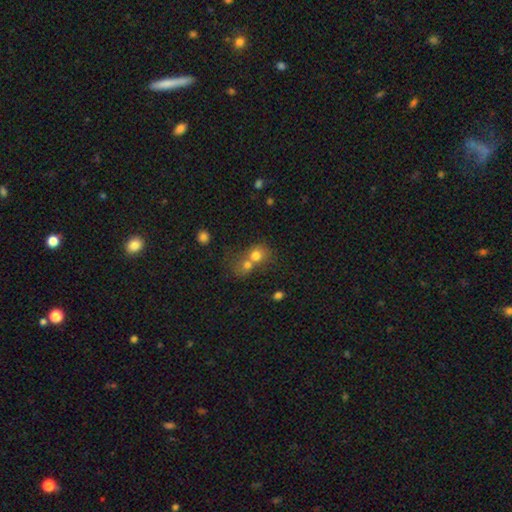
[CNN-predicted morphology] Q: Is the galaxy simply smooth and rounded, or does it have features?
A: smooth — 73%.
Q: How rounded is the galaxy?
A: round — 72%.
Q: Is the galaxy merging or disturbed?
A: merger — 67%.